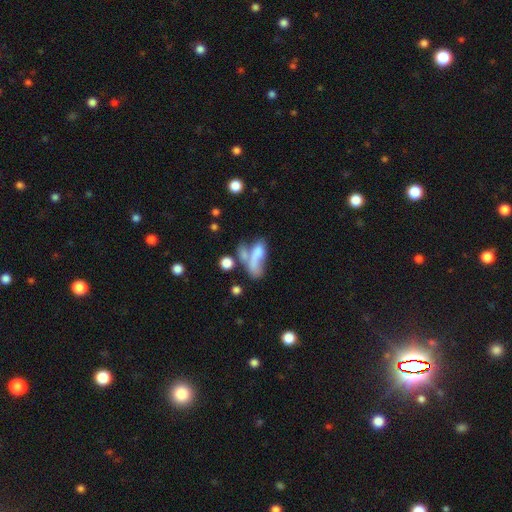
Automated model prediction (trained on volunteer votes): Smooth or featured: smooth — 62% (featured or disk — 27%)
How rounded: in between — 68% (cigar-shaped — 25%)
Merging: merger — 46% (major disturbance — 22%)